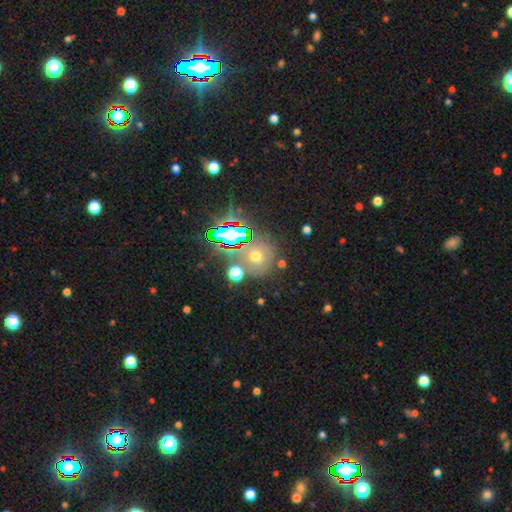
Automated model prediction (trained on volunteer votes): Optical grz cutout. It shows a smooth galaxy with no disk features (51%) that is round (86%). Merging: none (71%).